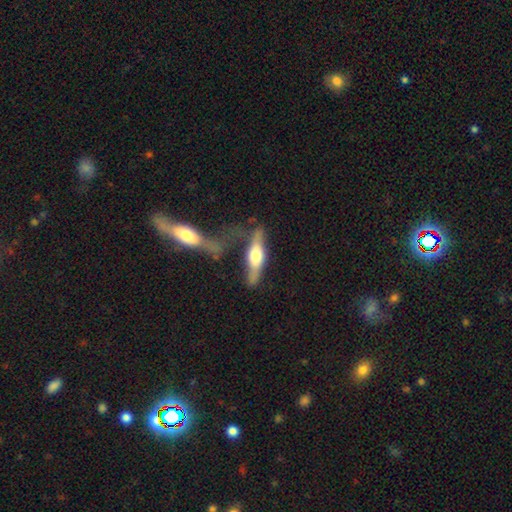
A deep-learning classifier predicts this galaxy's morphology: Smooth or featured? Predicted: featured or disk (p=0.61). Edge-on disk? Predicted: yes (p=0.83). Edge-on bulge? Predicted: rounded (p=0.88). Merging? Predicted: none (p=0.41).